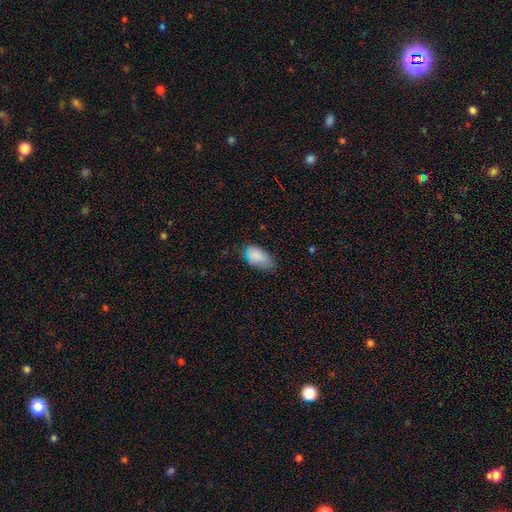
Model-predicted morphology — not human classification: smooth 85%, star or artifact 8%, featured or disk 8%. Down the decision tree: how rounded — in between (93%); merging — none (55%).